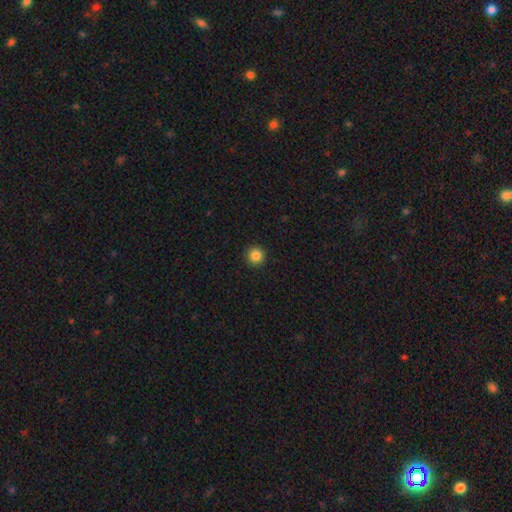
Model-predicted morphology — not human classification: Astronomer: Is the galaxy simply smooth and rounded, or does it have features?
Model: smooth — 85%.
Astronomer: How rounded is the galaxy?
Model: round — 96%.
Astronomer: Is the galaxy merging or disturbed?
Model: none — 93%.